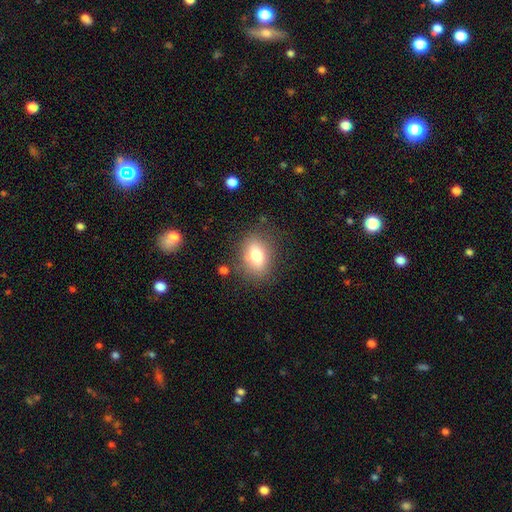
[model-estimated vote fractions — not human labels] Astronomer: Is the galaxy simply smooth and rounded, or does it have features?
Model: smooth — 76%.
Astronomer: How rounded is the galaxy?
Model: in between — 76%.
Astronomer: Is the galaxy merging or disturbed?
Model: none — 78%.